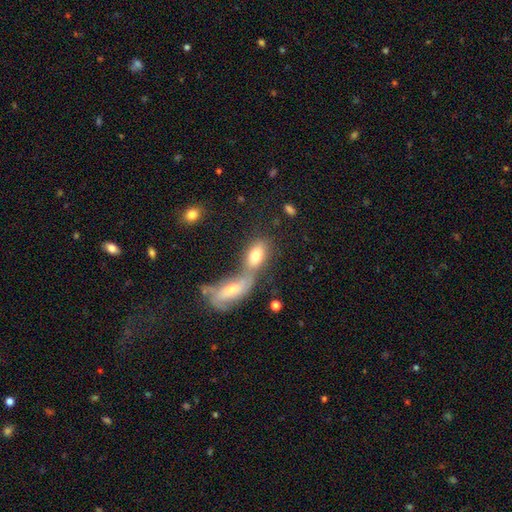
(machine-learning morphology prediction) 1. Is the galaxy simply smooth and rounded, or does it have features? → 73% smooth, 19% featured or disk, 8% star or artifact.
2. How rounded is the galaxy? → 86% in between, 7% cigar-shaped, 7% round.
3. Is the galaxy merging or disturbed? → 58% merger, 29% none, 8% minor disturbance, 5% major disturbance.